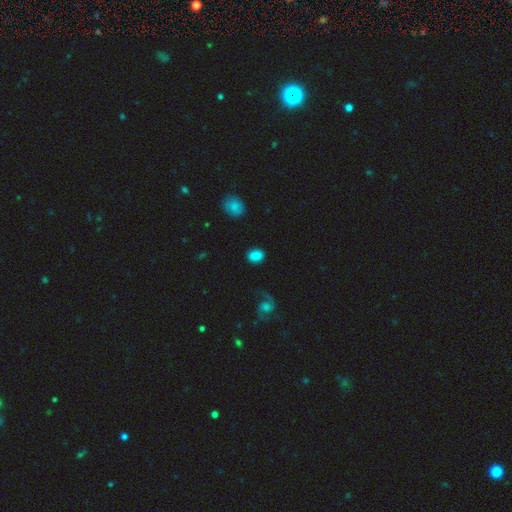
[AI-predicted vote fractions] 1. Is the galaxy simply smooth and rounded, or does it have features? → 81% smooth, 10% featured or disk, 8% star or artifact.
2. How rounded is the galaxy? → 60% in between, 38% round, 1% cigar-shaped.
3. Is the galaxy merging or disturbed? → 83% none, 10% minor disturbance, 5% major disturbance, 2% merger.